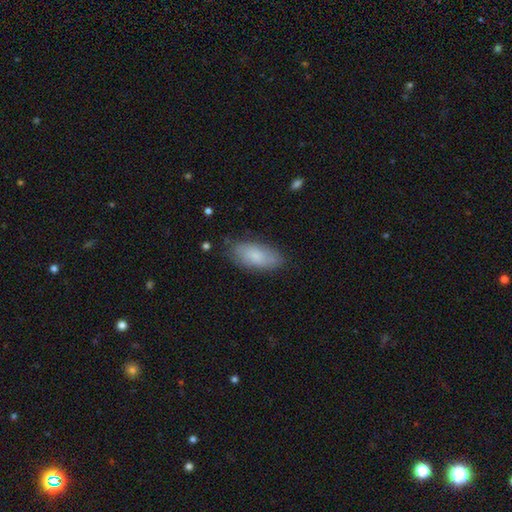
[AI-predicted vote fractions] Smooth or featured? Predicted: smooth (p=0.78). How rounded? Predicted: in between (p=0.87). Merging? Predicted: none (p=0.78).